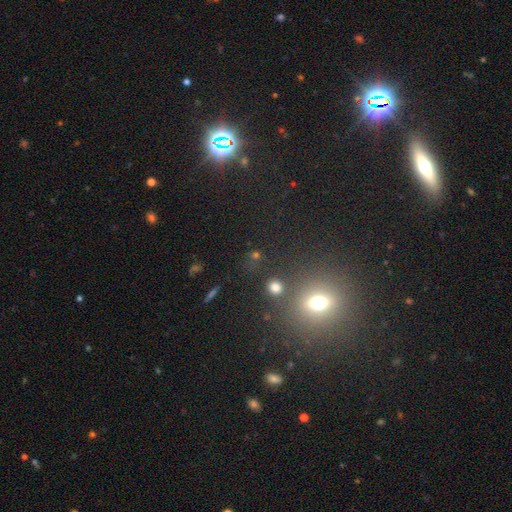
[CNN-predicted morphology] Smooth or featured? Predicted: smooth (p=0.56). How rounded? Predicted: round (p=0.81). Merging? Predicted: none (p=0.75).